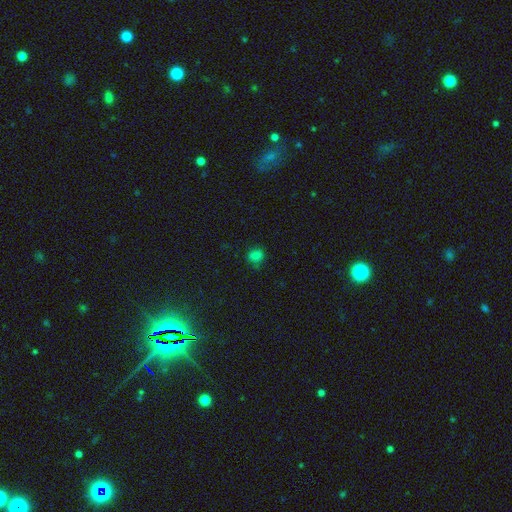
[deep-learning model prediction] This appears to be a smooth galaxy with no disk features (72%) that is round (60%). Merging: none (73%).